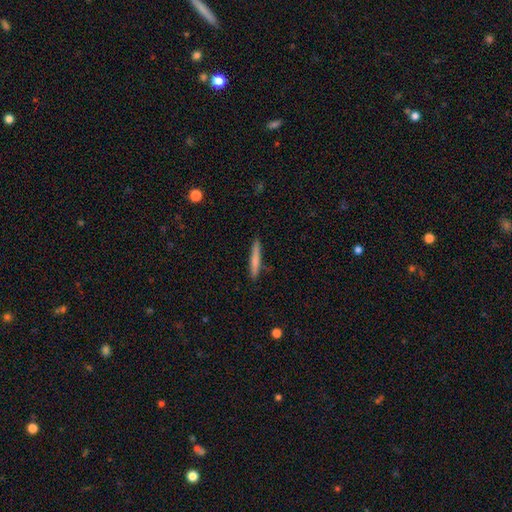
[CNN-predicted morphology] smooth_or_featured: smooth (p=0.68) [alt: featured or disk p=0.25]
how_rounded: cigar-shaped (p=0.96) [alt: in between p=0.03]
merging: none (p=0.90) [alt: minor disturbance p=0.07]